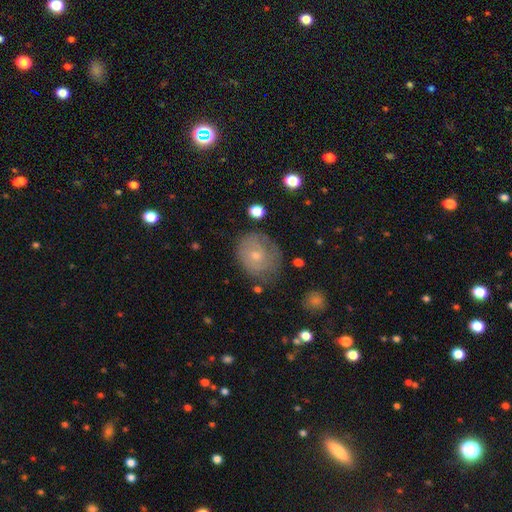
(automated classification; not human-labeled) Smooth or featured?
  - smooth: 53% *
  - featured or disk: 38%
  - star or artifact: 9%
How rounded?
  - round: 65% *
  - in between: 34%
  - cigar-shaped: 1%
Merging?
  - none: 63% *
  - minor disturbance: 25%
  - major disturbance: 10%
  - merger: 3%